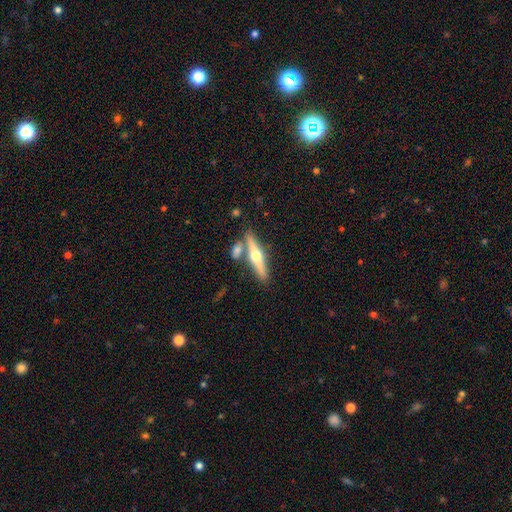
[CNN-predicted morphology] smooth_or_featured: featured or disk (p=0.63) [alt: smooth p=0.31]
disk_edge_on: yes (p=0.95) [alt: no p=0.05]
edge_on_bulge: rounded (p=0.95) [alt: none p=0.03]
merging: none (p=0.71) [alt: merger p=0.17]